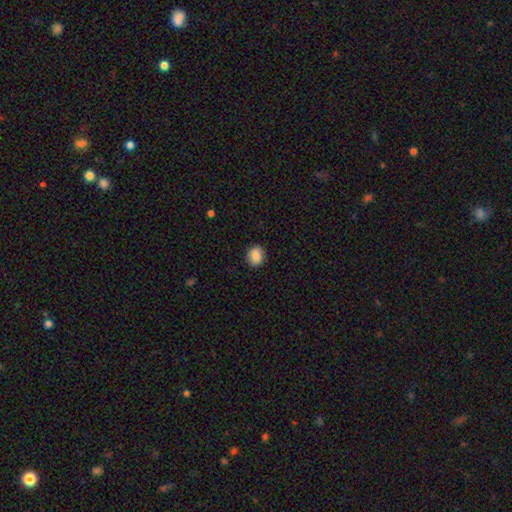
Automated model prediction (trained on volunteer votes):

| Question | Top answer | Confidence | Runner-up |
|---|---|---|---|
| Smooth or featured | smooth | 88% | star or artifact (8%) |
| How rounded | round | 67% | in between (32%) |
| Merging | none | 89% | minor disturbance (8%) |